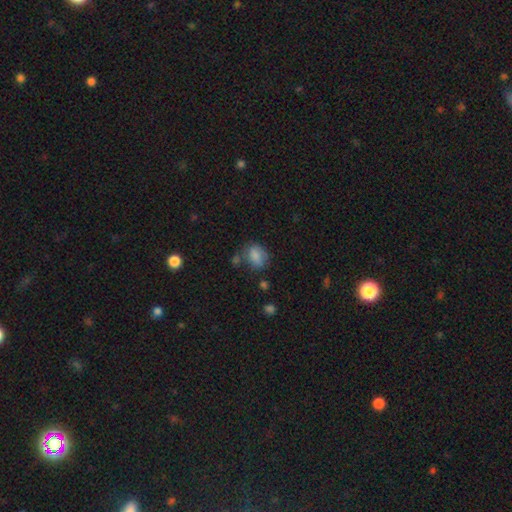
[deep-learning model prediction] A smooth galaxy with no disk features (80%) that is in between round and cigar-shaped (65%).

Vote fractions:
- Smooth or featured? smooth: 80% / star or artifact: 10% / featured or disk: 9%
- How rounded? in between: 65% / round: 33% / cigar-shaped: 1%
- Merging? none: 52% / minor disturbance: 27% / major disturbance: 12% / merger: 9%